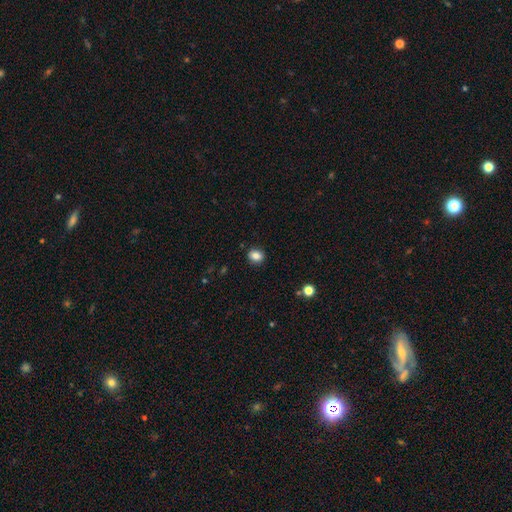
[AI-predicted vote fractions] smooth 85%, star or artifact 11%, featured or disk 5%. Down the decision tree: how rounded — round (67%); merging — none (90%).